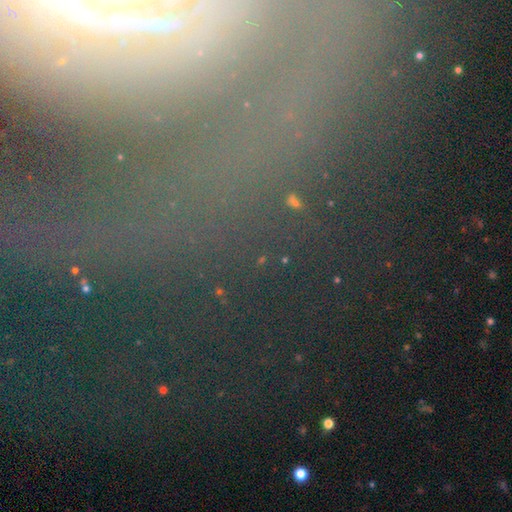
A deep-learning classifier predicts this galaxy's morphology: The model was most divided on "smooth or featured": star or artifact: 51%, featured or disk: 30%, smooth: 19%.